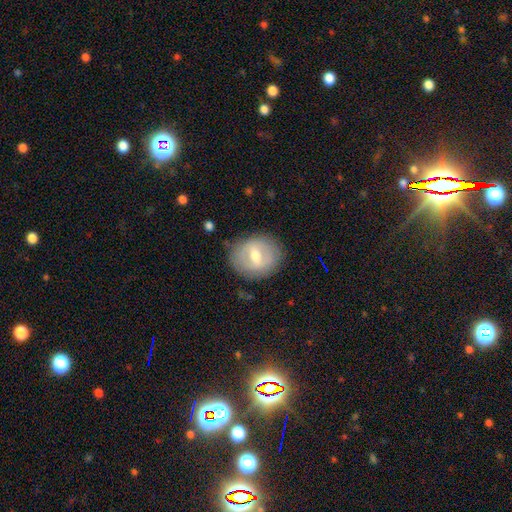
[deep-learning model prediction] Q: Smooth or featured?
A: featured or disk (55%); runner-up: smooth (37%)
Q: Edge-on disk?
A: no (92%); runner-up: yes (8%)
Q: Bar?
A: weak (48%); runner-up: strong (38%)
Q: Spiral arms?
A: no (74%); runner-up: yes (26%)
Q: Bulge size?
A: moderate (71%); runner-up: small (20%)
Q: Merging?
A: none (82%); runner-up: minor disturbance (13%)